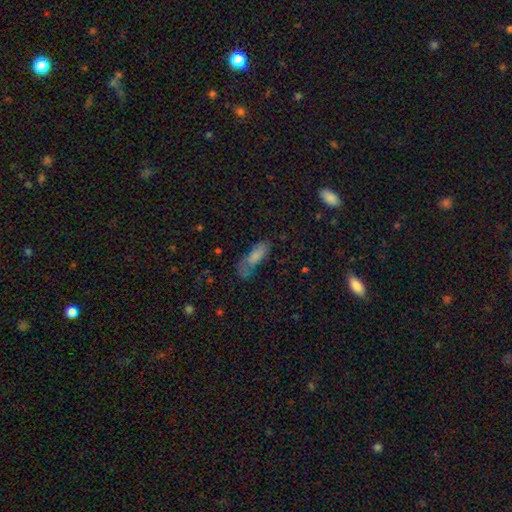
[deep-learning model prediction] Morphology: type=smooth (76%); roundness=in between (58%); merging=none (43%).